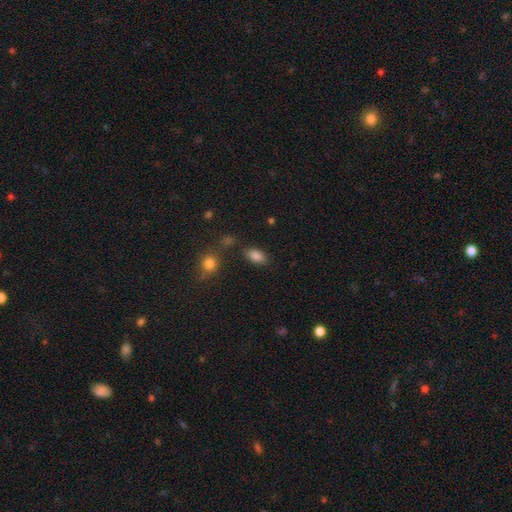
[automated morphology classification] Smooth or featured? smooth (86%)
How rounded? in between (90%)
Merging? none (79%)